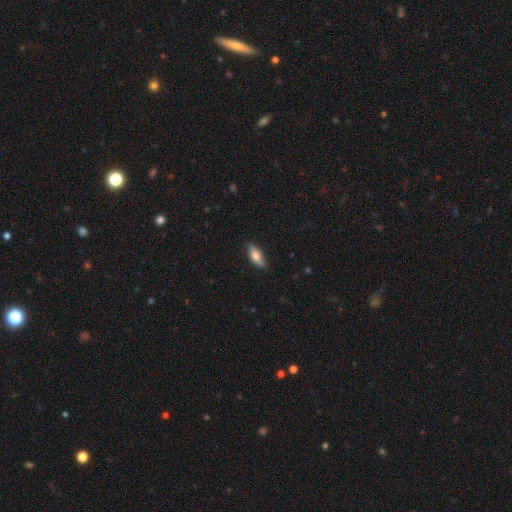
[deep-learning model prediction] smooth_or_featured: smooth (p=0.71) [alt: featured or disk p=0.23]
how_rounded: in between (p=0.65) [alt: cigar-shaped p=0.33]
merging: none (p=0.83) [alt: minor disturbance p=0.14]